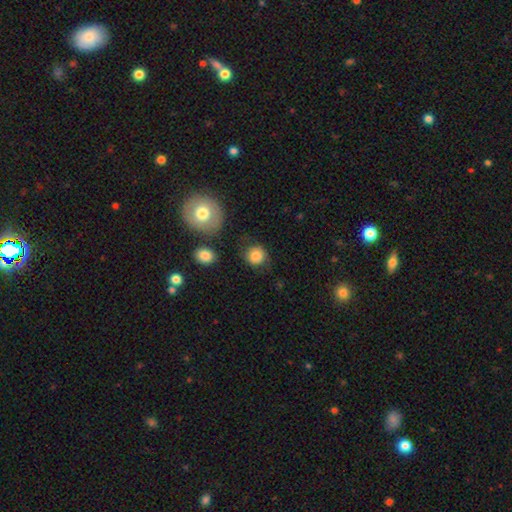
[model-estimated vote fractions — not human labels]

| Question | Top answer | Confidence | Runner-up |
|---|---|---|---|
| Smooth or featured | smooth | 81% | featured or disk (11%) |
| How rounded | round | 86% | in between (13%) |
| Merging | none | 70% | minor disturbance (19%) |